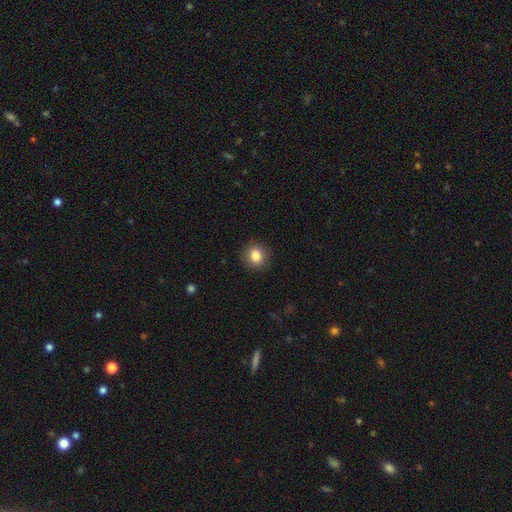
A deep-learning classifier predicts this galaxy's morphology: Smooth or featured? smooth (84%)
How rounded? round (86%)
Merging? none (90%)